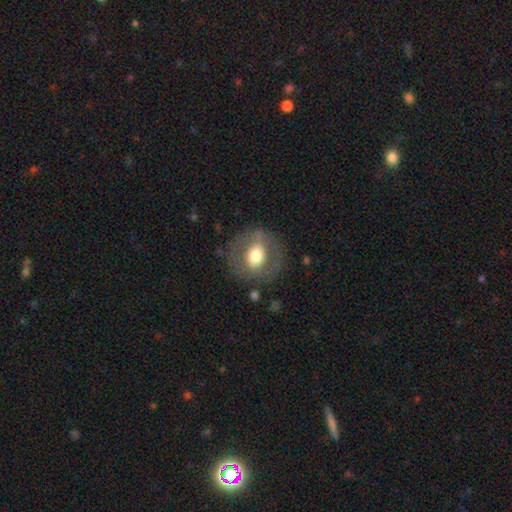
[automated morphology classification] smooth-or-featured: smooth: 55% | featured or disk: 38% | star or artifact: 8%
  how-rounded: round: 78% | in between: 21% | cigar-shaped: 1%
  merging: none: 77% | minor disturbance: 13% | major disturbance: 8% | merger: 2%